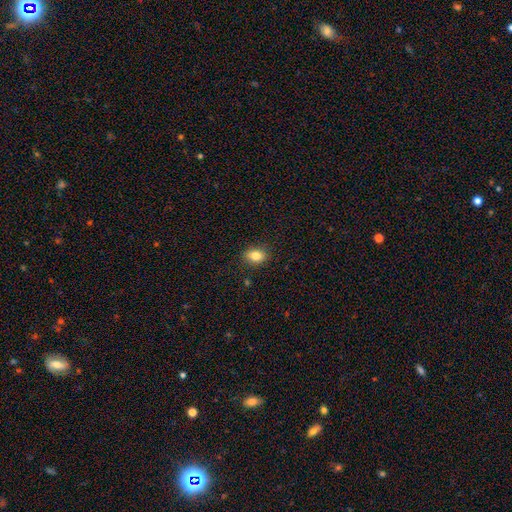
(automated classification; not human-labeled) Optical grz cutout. It shows a smooth galaxy with no disk features (83%) that is in between round and cigar-shaped (74%). Merging: none (87%).